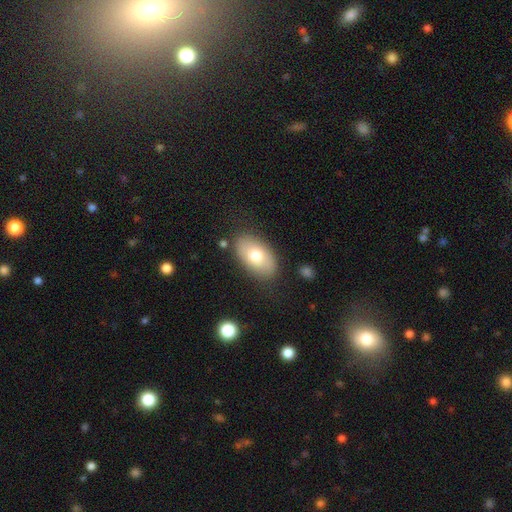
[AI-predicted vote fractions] This appears to be a smooth galaxy with no disk features (73%) that is in between round and cigar-shaped (93%). Merging: none (82%).